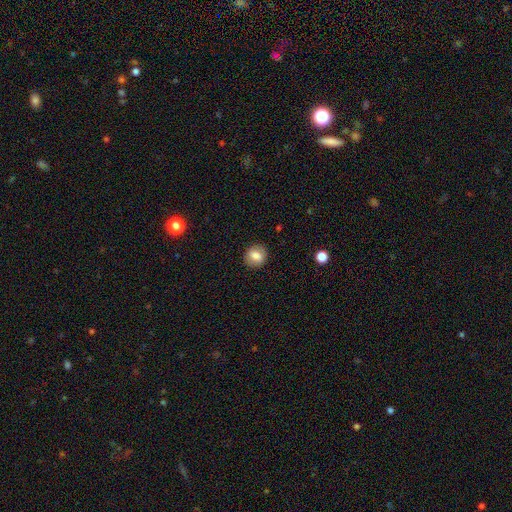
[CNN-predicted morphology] Q: Smooth or featured?
A: smooth (77%); runner-up: featured or disk (14%)
Q: How rounded?
A: round (75%); runner-up: in between (24%)
Q: Merging?
A: none (88%); runner-up: minor disturbance (8%)